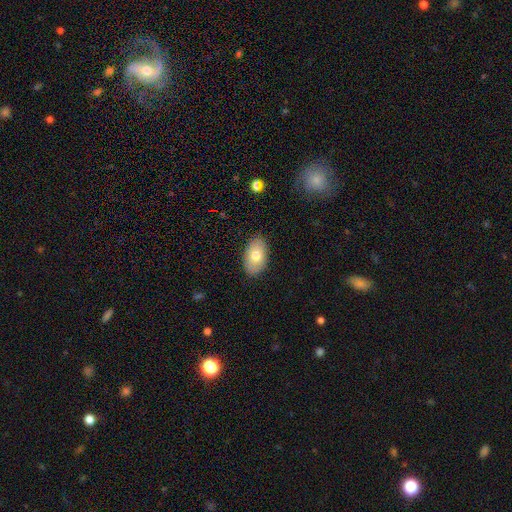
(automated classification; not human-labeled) The model was most divided on "smooth or featured": smooth: 74%, featured or disk: 19%, star or artifact: 7%. More confident: how rounded — in between (92%); merging — none (87%).